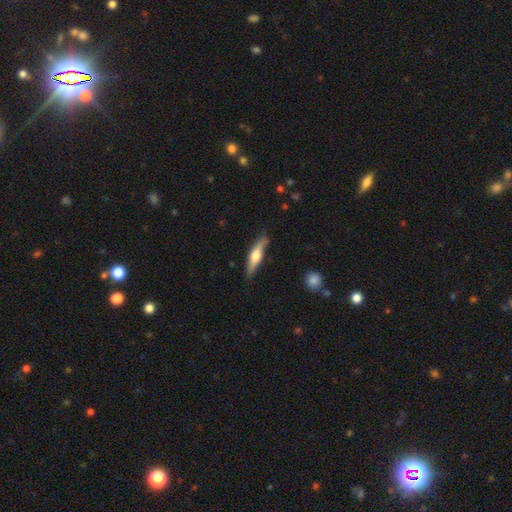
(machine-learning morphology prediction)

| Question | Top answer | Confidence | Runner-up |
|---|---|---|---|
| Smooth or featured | featured or disk | 53% | smooth (42%) |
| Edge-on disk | yes | 93% | no (7%) |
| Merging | none | 81% | minor disturbance (15%) |